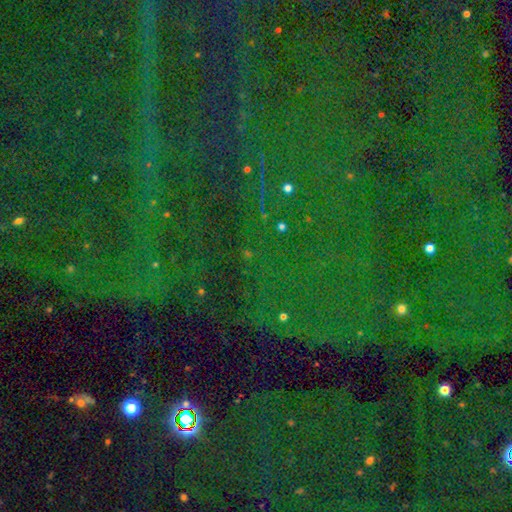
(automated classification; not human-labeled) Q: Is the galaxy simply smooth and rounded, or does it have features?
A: star or artifact — 85%.